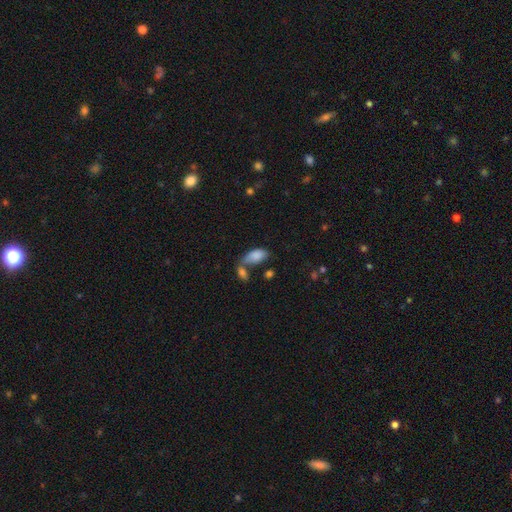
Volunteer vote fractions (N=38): smooth 82%, featured or disk 11%, star or artifact 8%. Down the decision tree: how rounded — in between (97%); merging — none (37%).